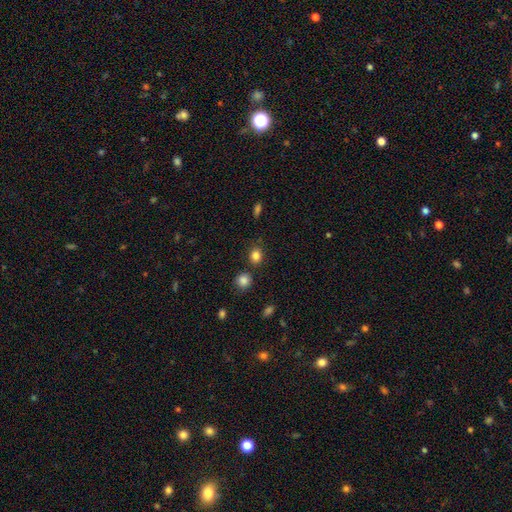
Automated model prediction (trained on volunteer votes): Smooth or featured? smooth (84%)
How rounded? round (63%)
Merging? none (78%)